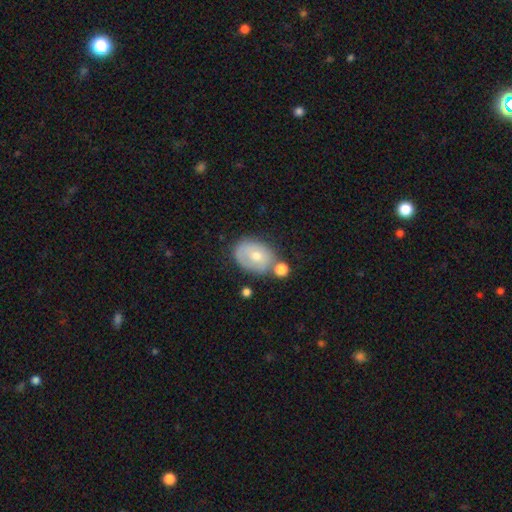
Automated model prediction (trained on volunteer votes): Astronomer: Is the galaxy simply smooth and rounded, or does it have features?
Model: smooth — 55% (runner-up: featured or disk, 37%).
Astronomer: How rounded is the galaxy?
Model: in between — 70%.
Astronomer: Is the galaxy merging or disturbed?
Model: none — 52%.